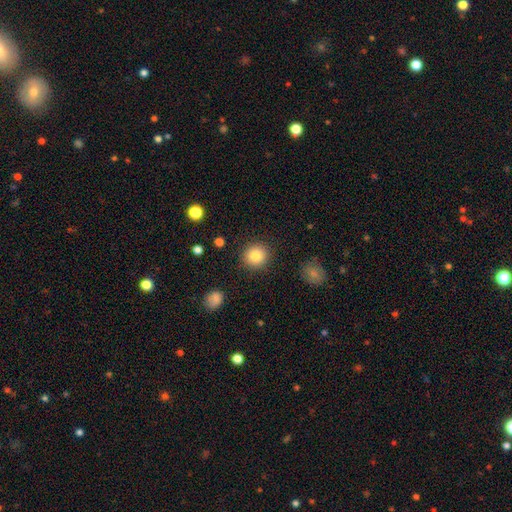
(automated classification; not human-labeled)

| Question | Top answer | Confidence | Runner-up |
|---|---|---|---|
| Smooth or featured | smooth | 85% | star or artifact (9%) |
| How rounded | round | 90% | in between (9%) |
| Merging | none | 90% | minor disturbance (6%) |